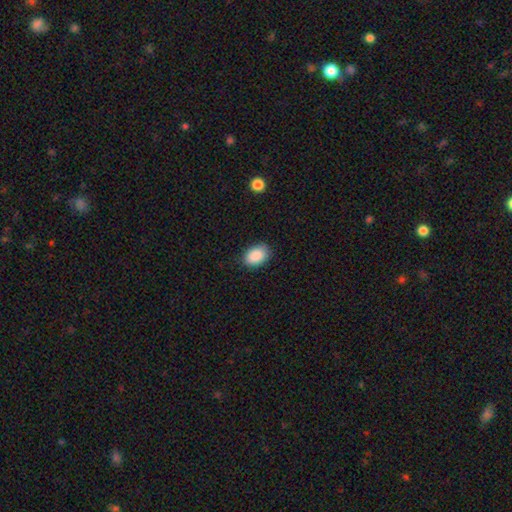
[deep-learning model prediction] Smooth or featured?
  - smooth: 89% *
  - star or artifact: 7%
  - featured or disk: 4%
How rounded?
  - in between: 85% *
  - round: 14%
  - cigar-shaped: 1%
Merging?
  - none: 86% *
  - minor disturbance: 11%
  - major disturbance: 2%
  - merger: 1%